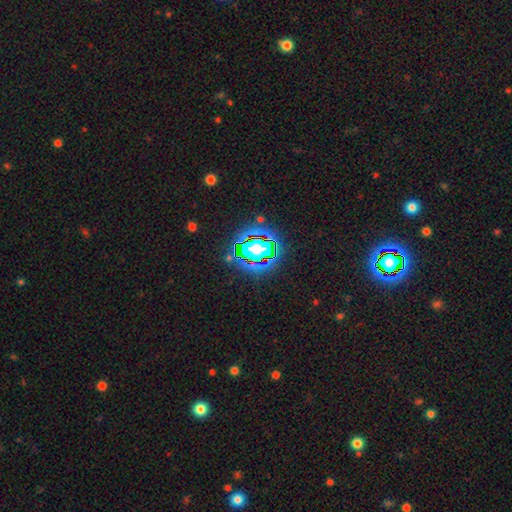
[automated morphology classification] The model was most divided on "smooth or featured": star or artifact: 75%, smooth: 16%, featured or disk: 9%.